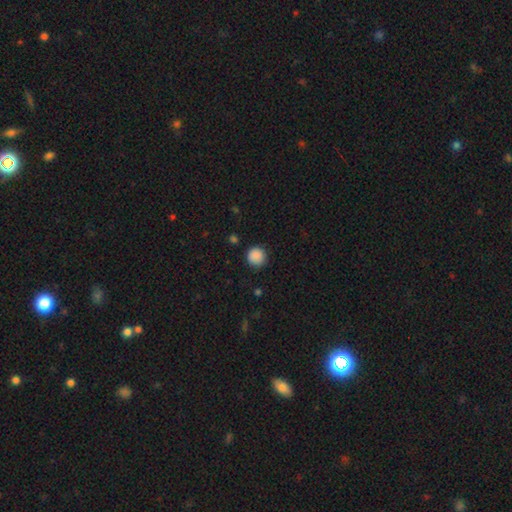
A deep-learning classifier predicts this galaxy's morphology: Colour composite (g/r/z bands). It shows a smooth galaxy with no disk features (88%) that is round (94%). Merging: none (89%).